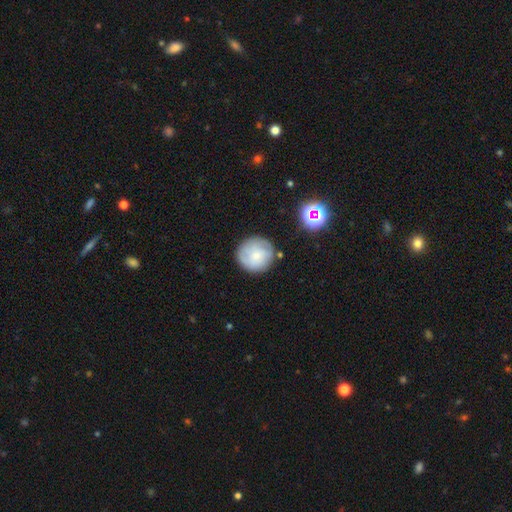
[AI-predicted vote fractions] The model was most divided on "smooth or featured": smooth: 64%, featured or disk: 27%, star or artifact: 8%. More confident: how rounded — round (92%); merging — none (78%).